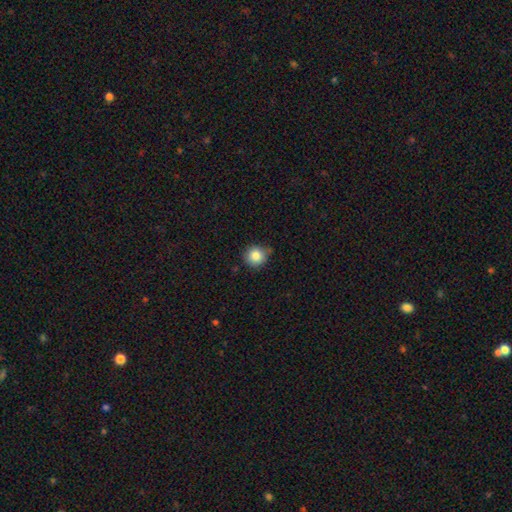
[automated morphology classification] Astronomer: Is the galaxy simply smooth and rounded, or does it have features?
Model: smooth — 86%.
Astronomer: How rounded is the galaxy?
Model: round — 92%.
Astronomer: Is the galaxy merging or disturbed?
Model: none — 73%.